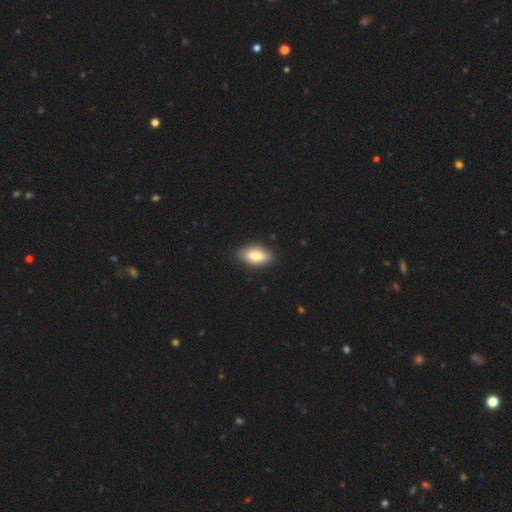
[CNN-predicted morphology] smooth-or-featured: smooth: 81% | featured or disk: 13% | star or artifact: 7%
  how-rounded: in between: 90% | cigar-shaped: 7% | round: 4%
  merging: none: 87% | minor disturbance: 10% | major disturbance: 2% | merger: 1%